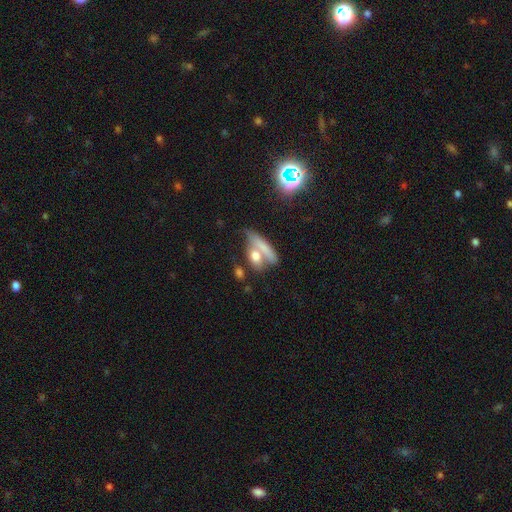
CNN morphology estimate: Smooth or featured: smooth — 67% (featured or disk — 22%)
How rounded: in between — 52% (cigar-shaped — 31%)
Merging: merger — 41% (none — 38%)